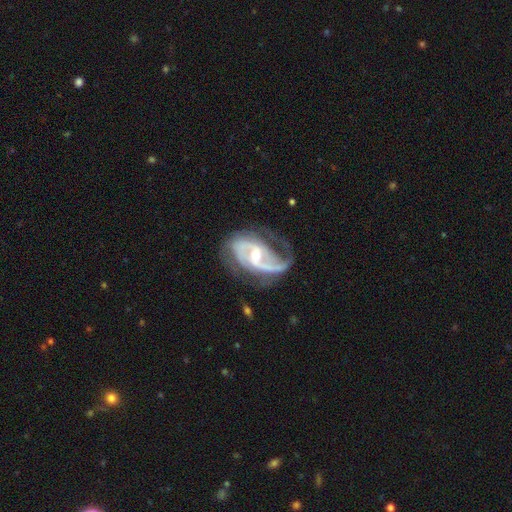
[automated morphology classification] Smooth or featured?
  - featured or disk: 90% *
  - smooth: 5%
  - star or artifact: 5%
Edge-on disk?
  - no: 97% *
  - yes: 3%
Bar?
  - weak: 43% *
  - strong: 30%
  - no: 28%
Spiral arms?
  - yes: 96% *
  - no: 4%
Spiral winding?
  - medium: 46% *
  - loose: 35%
  - tight: 19%
Spiral arm count?
  - 2: 73% *
  - 1: 11%
  - can't tell: 7%
  - 3: 6%
  - 4: 2%
  - more than 4: 2%
Bulge size?
  - moderate: 53% *
  - small: 43%
  - large: 2%
  - none: 1%
  - dominant: 1%
Merging?
  - none: 53% *
  - minor disturbance: 23%
  - major disturbance: 22%
  - merger: 2%